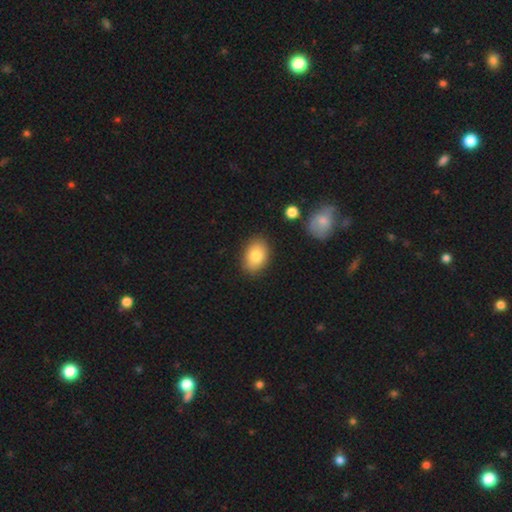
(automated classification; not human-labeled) Smooth or featured?
  - smooth: 83% *
  - featured or disk: 10%
  - star or artifact: 7%
How rounded?
  - in between: 84% *
  - round: 14%
  - cigar-shaped: 1%
Merging?
  - none: 84% *
  - minor disturbance: 11%
  - major disturbance: 3%
  - merger: 2%